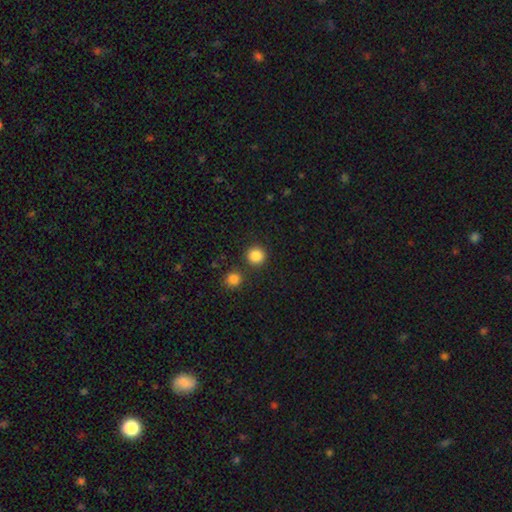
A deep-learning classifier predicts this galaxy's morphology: Q: Smooth or featured?
A: smooth (86%); runner-up: star or artifact (11%)
Q: How rounded?
A: round (93%); runner-up: in between (6%)
Q: Merging?
A: none (85%); runner-up: merger (6%)